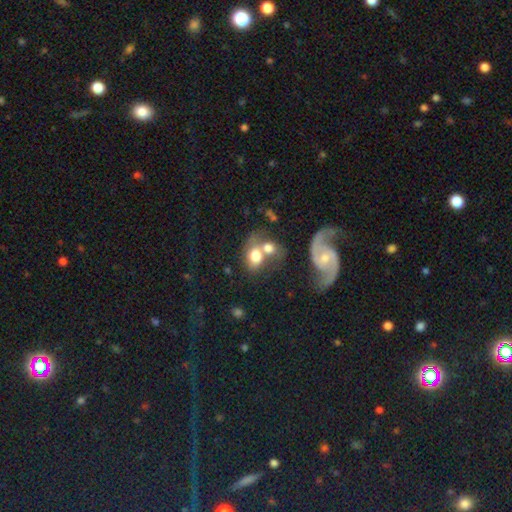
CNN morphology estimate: This appears to be a smooth galaxy with no disk features (64%) that is in between round and cigar-shaped (65%). Merging: merger (56%).